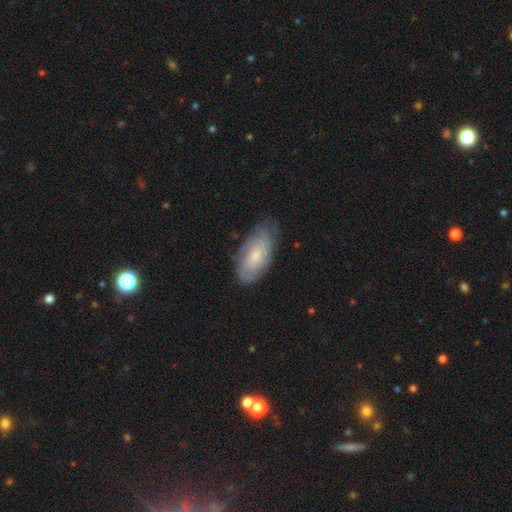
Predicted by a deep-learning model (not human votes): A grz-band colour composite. It shows a smooth galaxy with no disk features (53%) that is in between round and cigar-shaped (89%). Merging: none (66%).